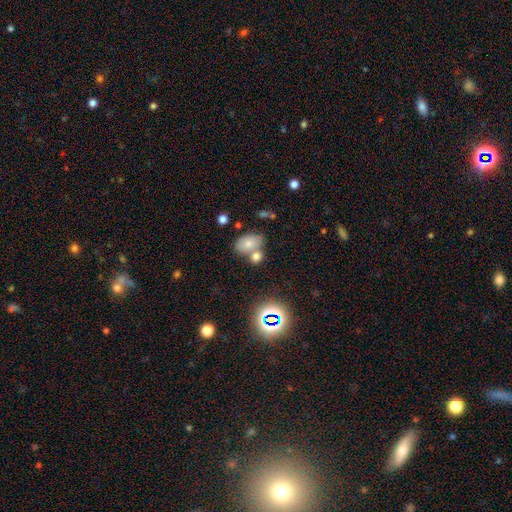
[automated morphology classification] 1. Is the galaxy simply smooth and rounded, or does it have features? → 72% smooth, 16% star or artifact, 13% featured or disk.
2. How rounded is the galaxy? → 77% in between, 21% round, 2% cigar-shaped.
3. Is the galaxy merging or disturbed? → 47% none, 38% merger, 11% minor disturbance, 4% major disturbance.